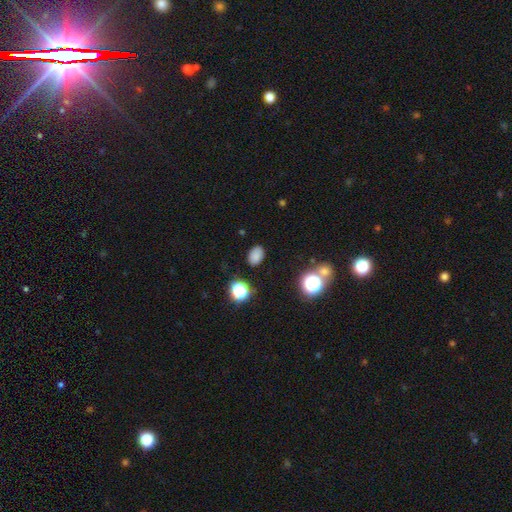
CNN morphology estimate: The model was most divided on "how rounded": in between: 79%, round: 20%, cigar-shaped: 1%. More confident: merging — none (85%); smooth or featured — smooth (79%).